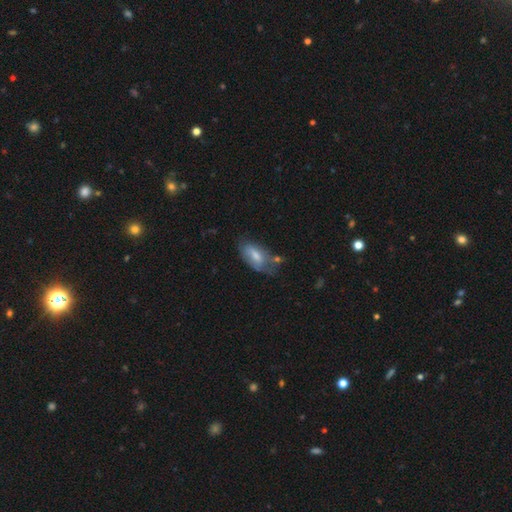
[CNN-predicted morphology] Smooth or featured?
  - smooth: 65% *
  - featured or disk: 29%
  - star or artifact: 7%
How rounded?
  - in between: 91% *
  - cigar-shaped: 6%
  - round: 4%
Merging?
  - none: 42% *
  - minor disturbance: 34%
  - major disturbance: 14%
  - merger: 9%